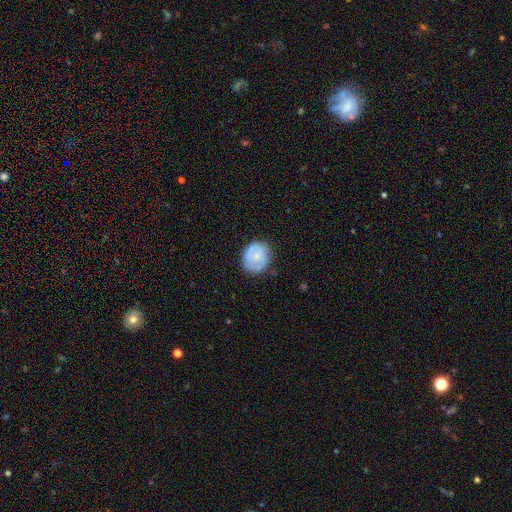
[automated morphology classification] This is likely a smooth galaxy (62%). How rounded: likely round (69%). Merging: likely none (69%).